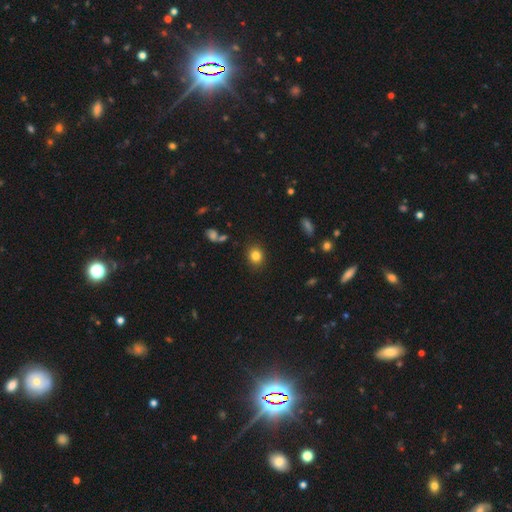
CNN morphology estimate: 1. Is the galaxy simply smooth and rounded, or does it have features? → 83% smooth, 11% star or artifact, 6% featured or disk.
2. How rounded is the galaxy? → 71% round, 28% in between, 1% cigar-shaped.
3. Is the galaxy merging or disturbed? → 89% none, 7% minor disturbance, 2% major disturbance, 2% merger.